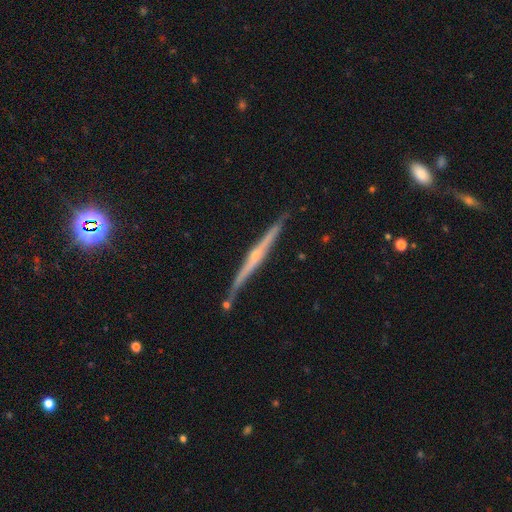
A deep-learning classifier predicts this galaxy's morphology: The model was most divided on "edge-on bulge": rounded: 70%, none: 24%, boxy: 6%. More confident: edge-on disk — yes (98%); merging — none (84%); smooth or featured — featured or disk (81%).